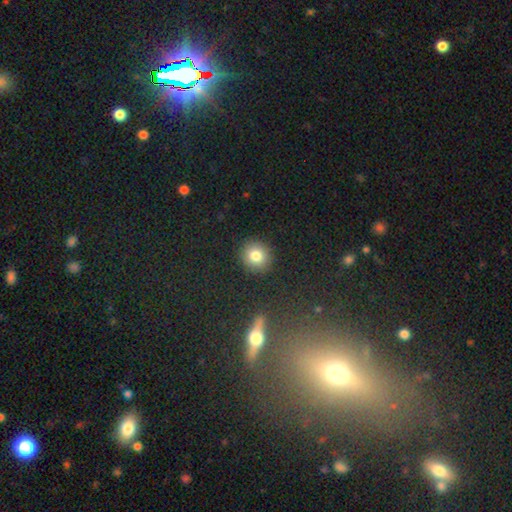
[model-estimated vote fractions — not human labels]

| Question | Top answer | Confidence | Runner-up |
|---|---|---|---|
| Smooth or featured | smooth | 80% | star or artifact (12%) |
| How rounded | round | 88% | in between (11%) |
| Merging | none | 91% | minor disturbance (6%) |